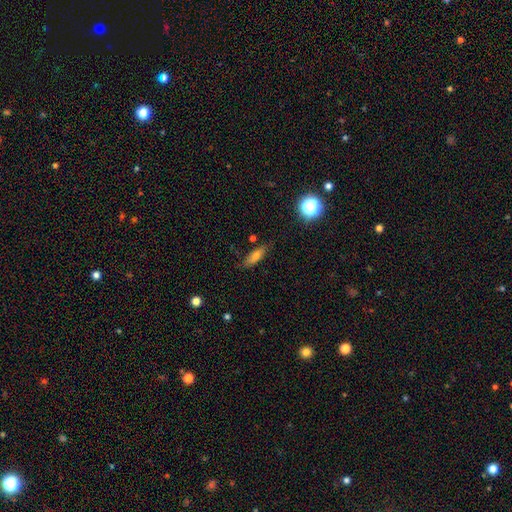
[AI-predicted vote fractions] Smooth or featured? Predicted: smooth (p=0.68). How rounded? Predicted: in between (p=0.54). Merging? Predicted: none (p=0.77).